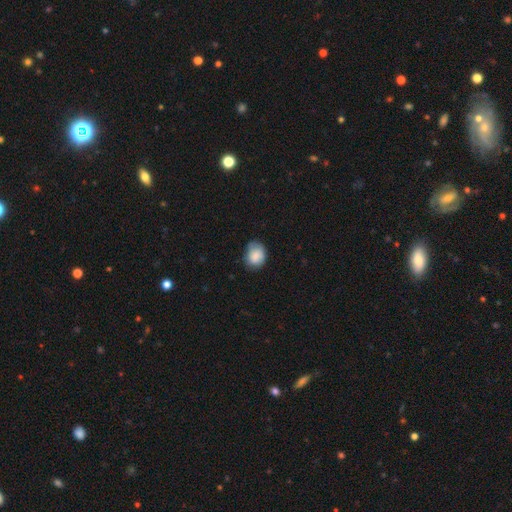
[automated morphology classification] A smooth galaxy with no disk features (84%) that is in between round and cigar-shaped (50%). Merging: none (61%).